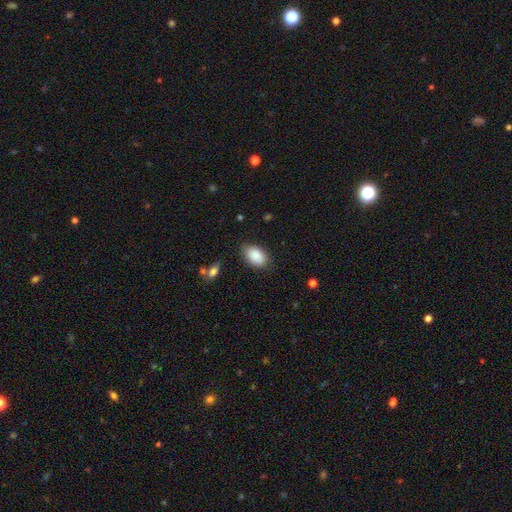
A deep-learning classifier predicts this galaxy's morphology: Overall: smooth (88%). How rounded: in between (90%). Merging: none (80%).